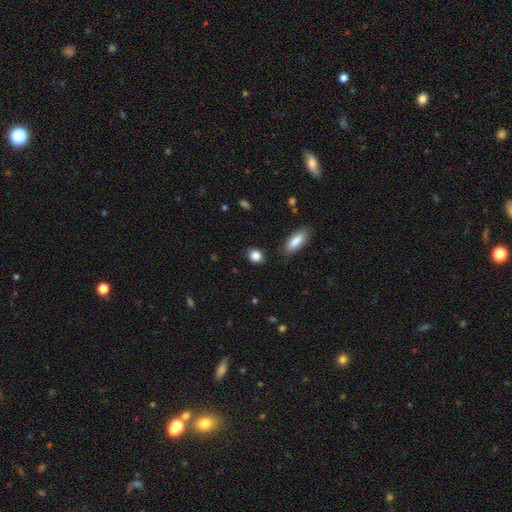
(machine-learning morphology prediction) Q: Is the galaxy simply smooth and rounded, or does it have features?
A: smooth — 86%.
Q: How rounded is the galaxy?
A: round — 57%.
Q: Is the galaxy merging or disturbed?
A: none — 85%.